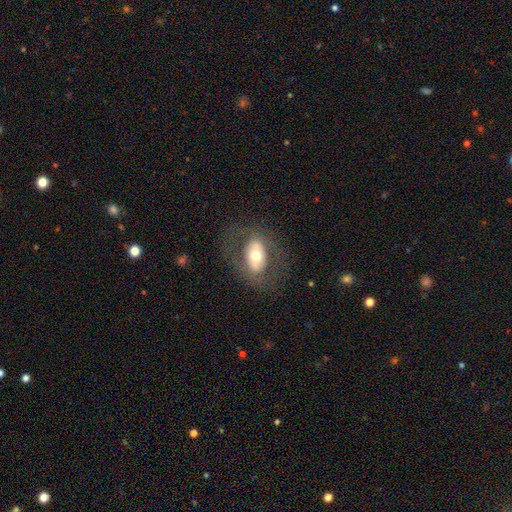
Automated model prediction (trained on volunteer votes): Smooth or featured? Predicted: smooth (p=0.48). Merging? Predicted: none (p=0.72).